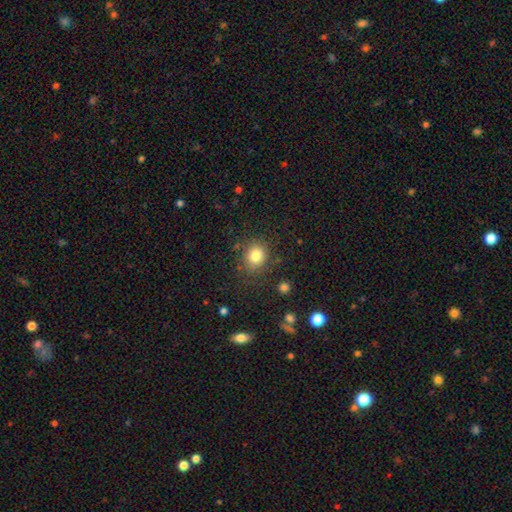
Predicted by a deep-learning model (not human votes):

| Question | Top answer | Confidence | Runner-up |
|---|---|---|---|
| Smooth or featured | smooth | 81% | star or artifact (12%) |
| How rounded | round | 71% | in between (28%) |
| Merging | none | 80% | minor disturbance (13%) |